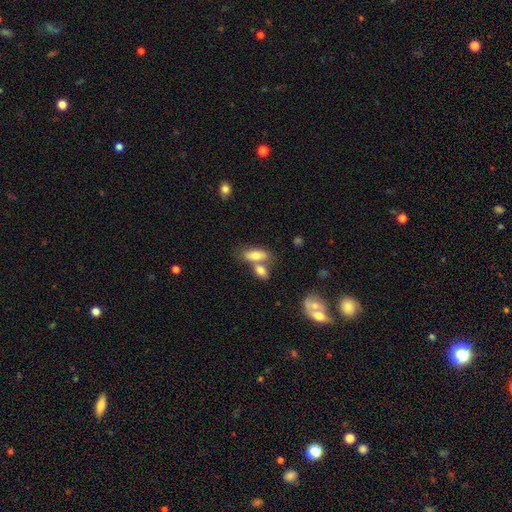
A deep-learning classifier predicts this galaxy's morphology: Smooth or featured? Predicted: smooth (p=0.74). How rounded? Predicted: in between (p=0.79). Merging? Predicted: merger (p=0.45).